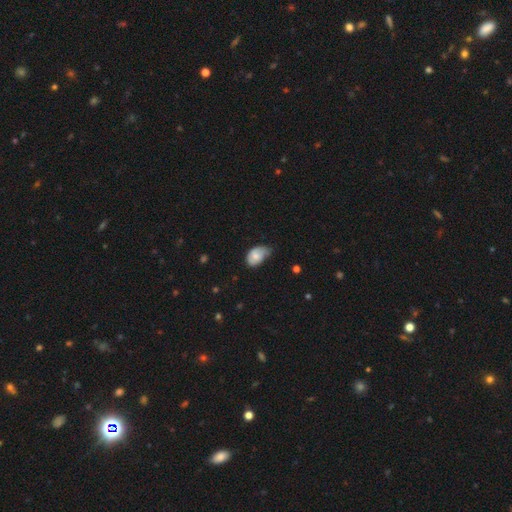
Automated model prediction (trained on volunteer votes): Smooth or featured?
  - smooth: 69% *
  - featured or disk: 24%
  - star or artifact: 7%
How rounded?
  - in between: 85% *
  - round: 14%
  - cigar-shaped: 1%
Merging?
  - minor disturbance: 51% *
  - none: 32%
  - major disturbance: 14%
  - merger: 2%